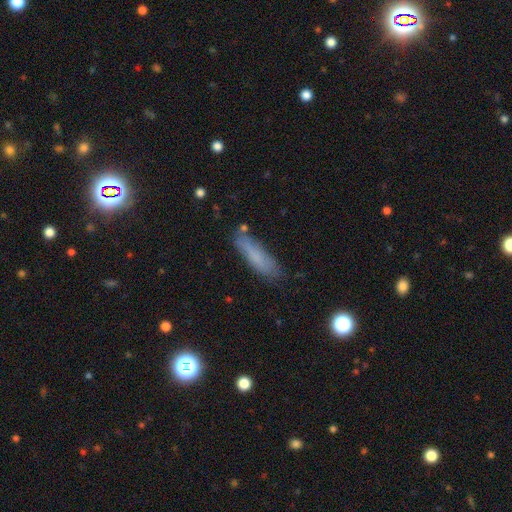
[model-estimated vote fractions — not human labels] The model was most divided on "how rounded": cigar-shaped: 70%, in between: 29%, round: 2%. More confident: merging — none (75%); smooth or featured — smooth (73%).